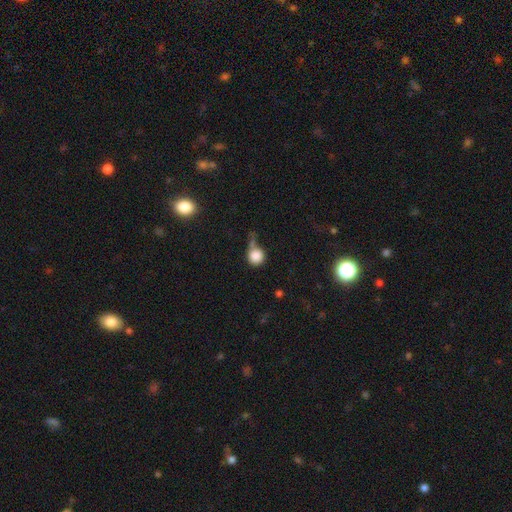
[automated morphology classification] This is clearly a smooth galaxy (84%). How rounded: clearly round (90%). Merging: marginally none (40%).